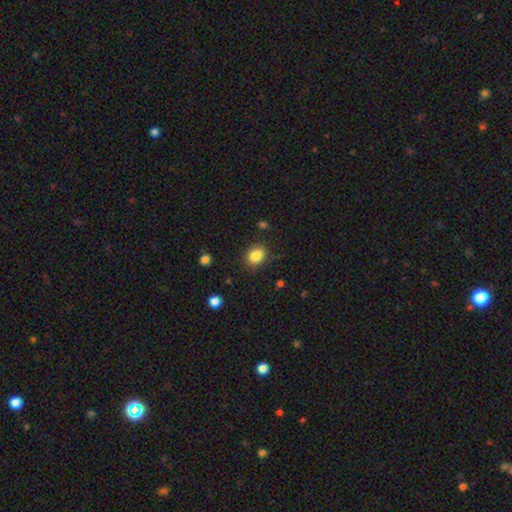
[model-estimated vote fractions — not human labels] Morphology: type=smooth (85%); roundness=round (65%); merging=none (84%).